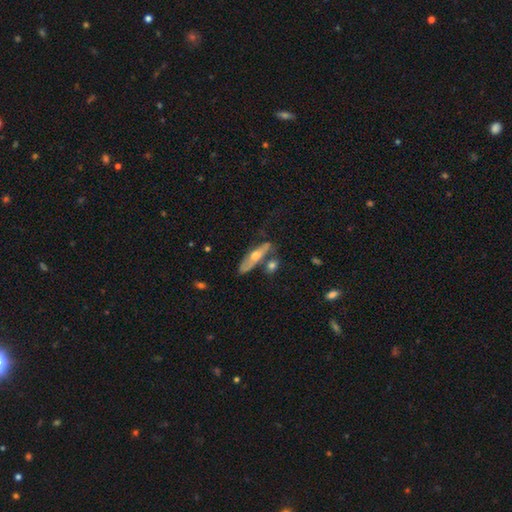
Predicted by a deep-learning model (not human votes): Morphology: type=featured or disk (53%); edge-on=yes (63%); merging=none (55%).